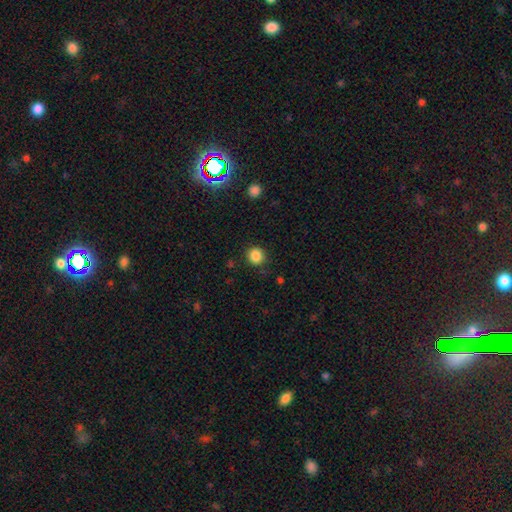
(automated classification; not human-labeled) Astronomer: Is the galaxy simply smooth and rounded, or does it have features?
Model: smooth — 86%.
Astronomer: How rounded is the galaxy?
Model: round — 87%.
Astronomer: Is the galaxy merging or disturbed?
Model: none — 87%.